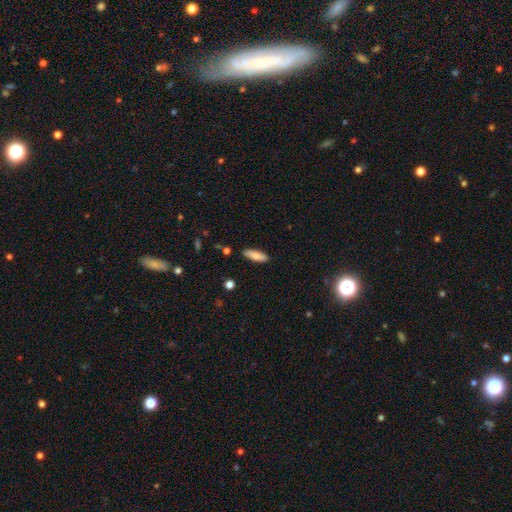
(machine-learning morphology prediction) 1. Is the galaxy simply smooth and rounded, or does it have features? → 81% smooth, 12% featured or disk, 7% star or artifact.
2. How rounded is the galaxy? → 52% cigar-shaped, 46% in between, 2% round.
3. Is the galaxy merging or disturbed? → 88% none, 9% minor disturbance, 2% major disturbance, 2% merger.